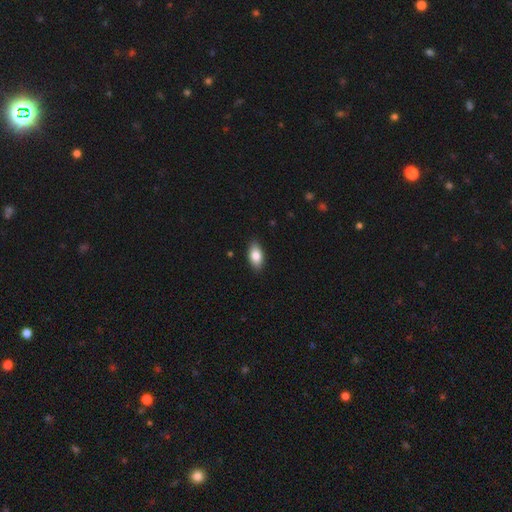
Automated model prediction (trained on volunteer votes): Smooth or featured? Predicted: smooth (p=0.82). How rounded? Predicted: in between (p=0.91). Merging? Predicted: none (p=0.89).